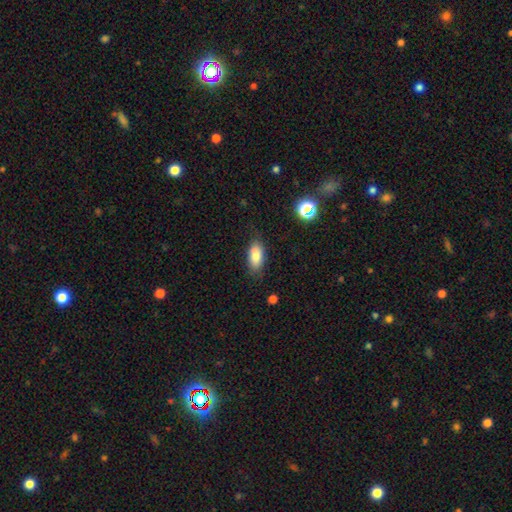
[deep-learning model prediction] The model was most divided on "merging": none: 78%, minor disturbance: 17%, major disturbance: 4%, merger: 2%. More confident: how rounded — in between (88%); smooth or featured — smooth (81%).